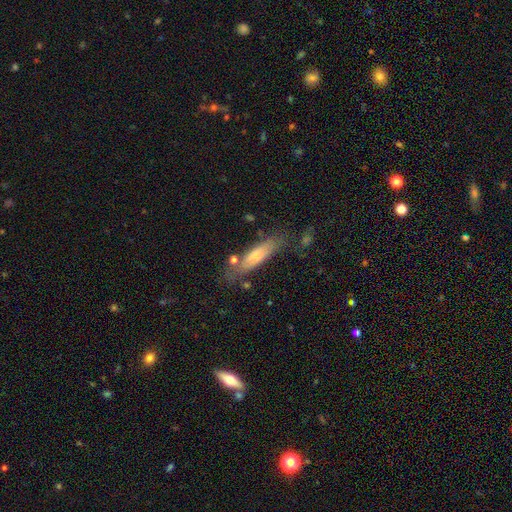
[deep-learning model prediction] Overall: smooth (59%; featured or disk 33%). How rounded: cigar-shaped (71%). Merging: none (71%).